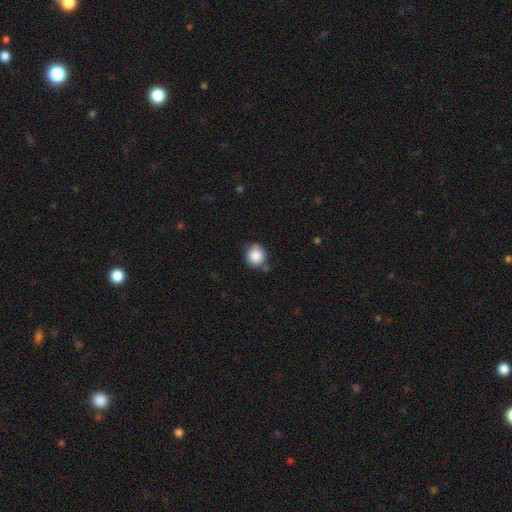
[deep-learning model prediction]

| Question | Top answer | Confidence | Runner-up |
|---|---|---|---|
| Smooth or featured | smooth | 86% | star or artifact (8%) |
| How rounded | round | 87% | in between (12%) |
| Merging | none | 67% | minor disturbance (22%) |